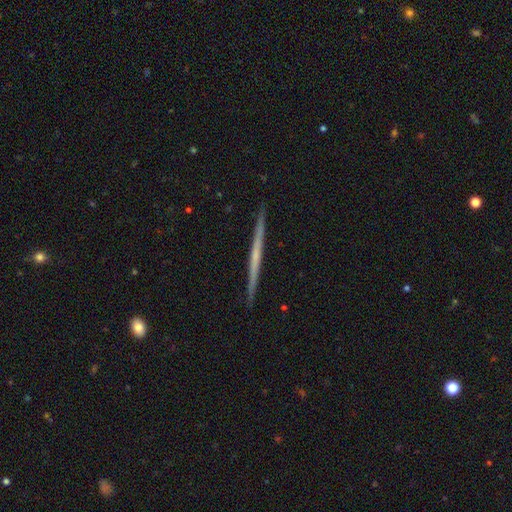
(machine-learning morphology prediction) type=featured or disk (65%); edge-on=yes (98%); edge-on bulge=none (85%); merging=none (92%).